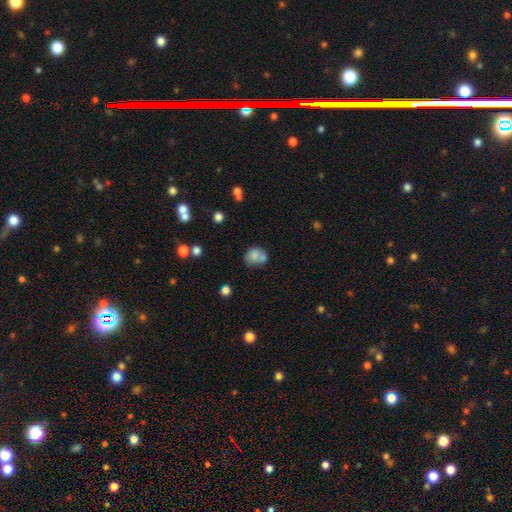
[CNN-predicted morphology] Smooth or featured? smooth (76%)
How rounded? round (63%)
Merging? none (43%)